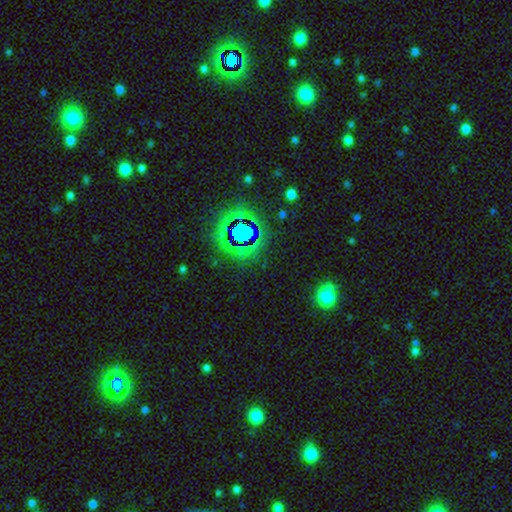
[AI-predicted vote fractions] A star or artifact, not a galaxy (72%).

Vote fractions:
- Smooth or featured? star or artifact: 72% / smooth: 19% / featured or disk: 9%